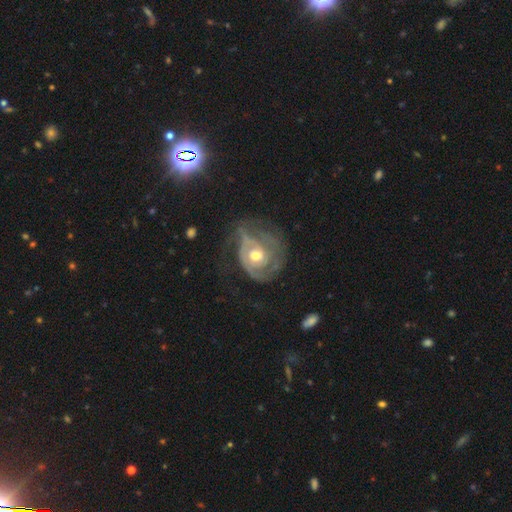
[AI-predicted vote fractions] Smooth or featured: featured or disk — 76% (smooth — 18%)
Edge-on disk: no — 97% (yes — 3%)
Bar: no — 74% (weak — 22%)
Spiral arms: yes — 80% (no — 20%)
Spiral winding: tight — 53% (medium — 31%)
Spiral arm count: can't tell — 37% (2 — 26%)
Bulge size: moderate — 73% (small — 14%)
Merging: none — 38% (major disturbance — 35%)